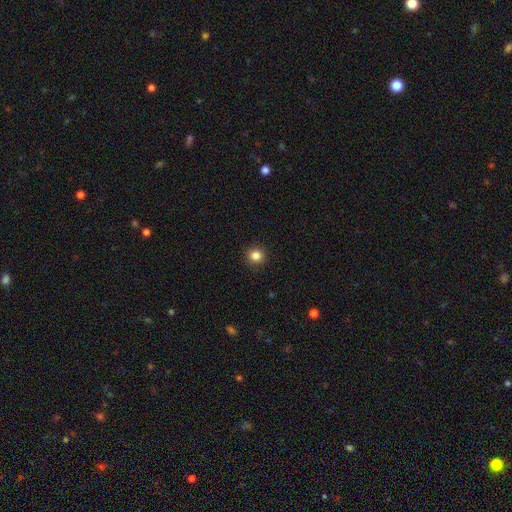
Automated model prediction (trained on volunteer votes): Smooth or featured: smooth — 84% (star or artifact — 12%)
How rounded: round — 93% (in between — 6%)
Merging: none — 92% (minor disturbance — 5%)